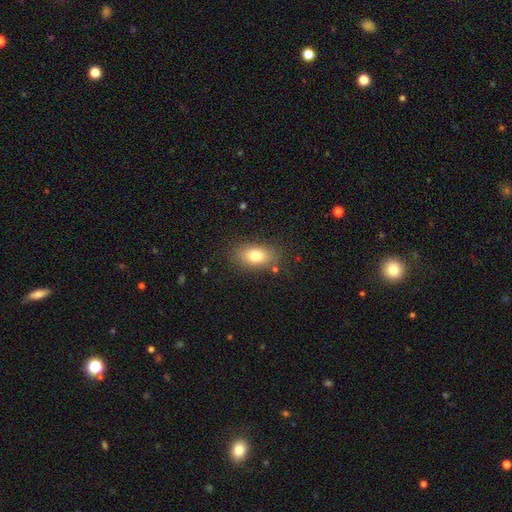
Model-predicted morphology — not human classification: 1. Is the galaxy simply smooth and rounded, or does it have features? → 79% smooth, 12% featured or disk, 10% star or artifact.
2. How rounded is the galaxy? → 84% in between, 14% round, 2% cigar-shaped.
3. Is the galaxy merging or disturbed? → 82% none, 12% minor disturbance, 4% major disturbance, 2% merger.